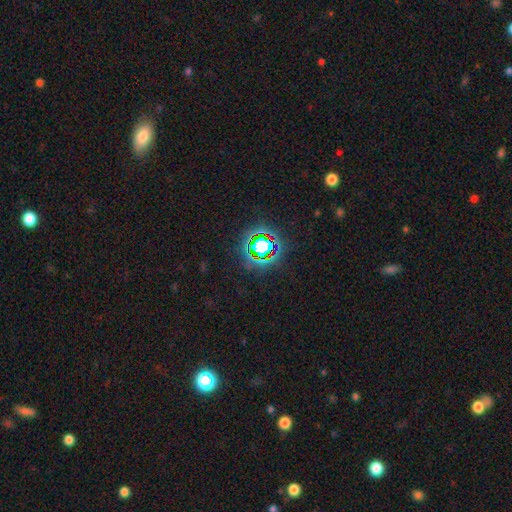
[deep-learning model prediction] A star or artifact, not a galaxy (77%).